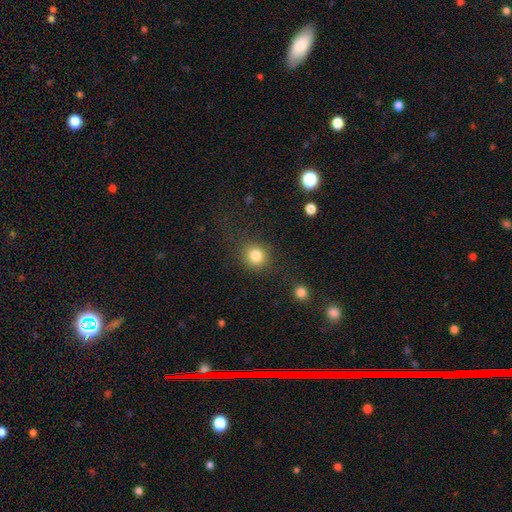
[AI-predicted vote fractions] The model was most divided on "smooth or featured": smooth: 83%, star or artifact: 11%, featured or disk: 6%. More confident: how rounded — round (86%); merging — none (83%).